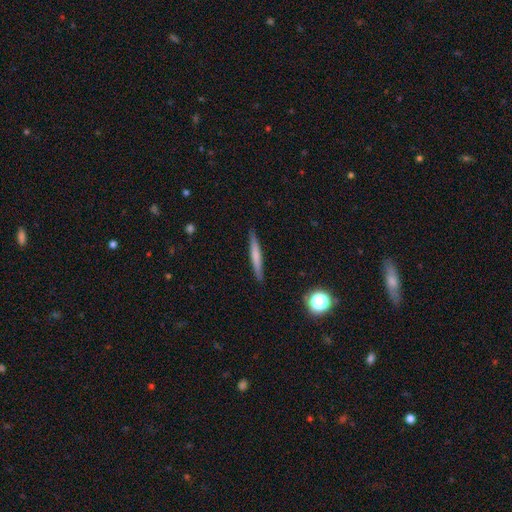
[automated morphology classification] smooth_or_featured: smooth (p=0.59) [alt: featured or disk p=0.34]
how_rounded: cigar-shaped (p=0.95) [alt: in between p=0.03]
merging: none (p=0.90) [alt: minor disturbance p=0.08]